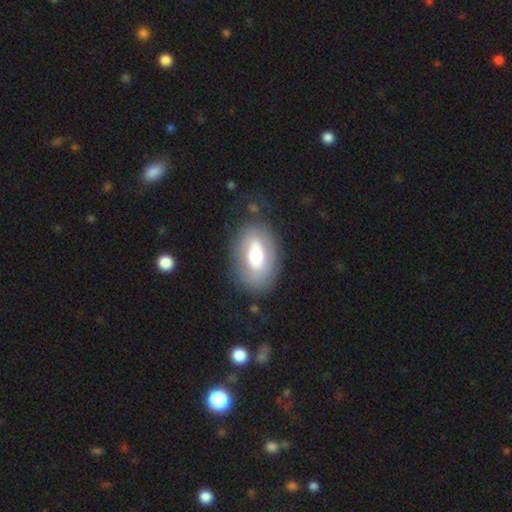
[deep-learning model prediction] Morphology: type=smooth (52%); roundness=in between (83%); merging=none (74%).